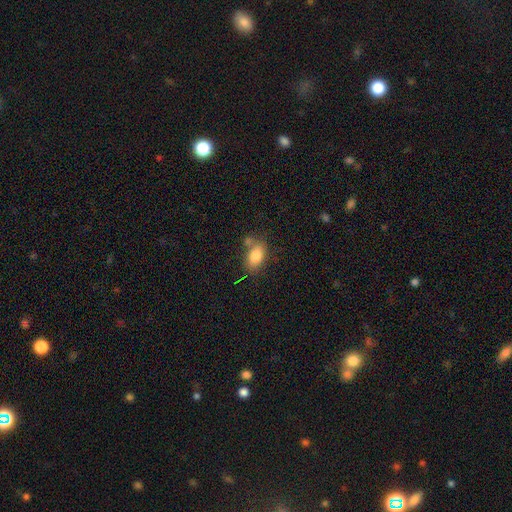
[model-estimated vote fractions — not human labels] smooth 82%, featured or disk 10%, star or artifact 9%. Down the decision tree: how rounded — in between (85%); merging — none (62%).